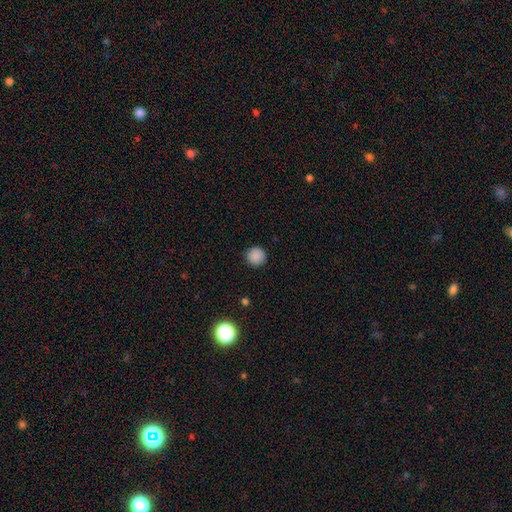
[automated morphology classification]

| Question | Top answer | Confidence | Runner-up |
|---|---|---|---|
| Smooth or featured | smooth | 87% | star or artifact (10%) |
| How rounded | round | 94% | in between (5%) |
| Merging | none | 90% | minor disturbance (6%) |